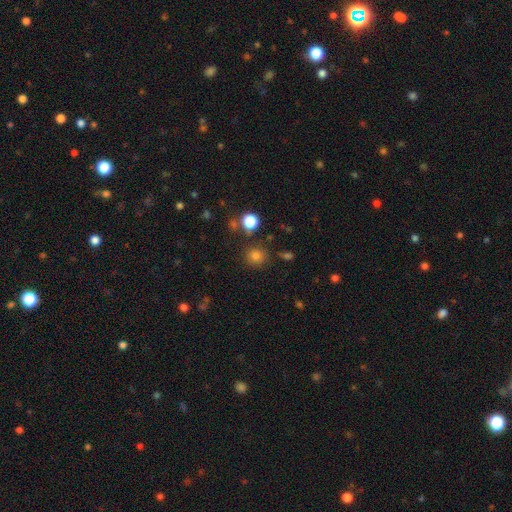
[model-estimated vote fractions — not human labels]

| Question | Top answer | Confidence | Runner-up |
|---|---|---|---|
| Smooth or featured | smooth | 79% | star or artifact (15%) |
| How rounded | round | 89% | in between (10%) |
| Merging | none | 82% | minor disturbance (9%) |